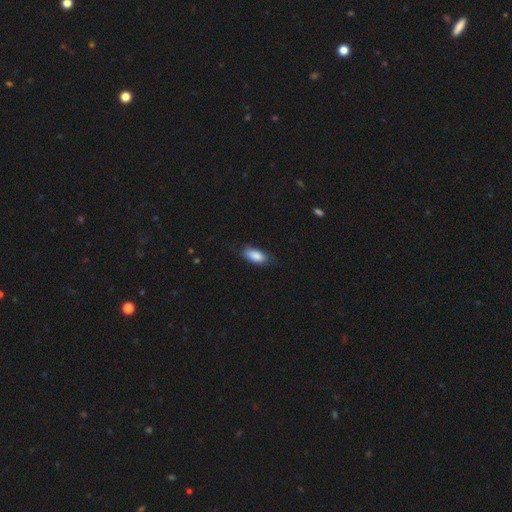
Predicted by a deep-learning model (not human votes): Smooth or featured?
  - smooth: 86% *
  - featured or disk: 7%
  - star or artifact: 7%
How rounded?
  - in between: 87% *
  - cigar-shaped: 10%
  - round: 3%
Merging?
  - none: 74% *
  - minor disturbance: 20%
  - major disturbance: 4%
  - merger: 1%